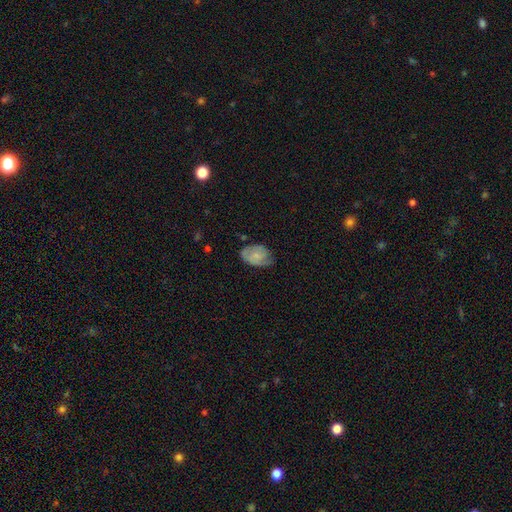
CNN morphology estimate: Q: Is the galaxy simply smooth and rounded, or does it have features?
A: smooth — 57%.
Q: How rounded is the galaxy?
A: in between — 83%.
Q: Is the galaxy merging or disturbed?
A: none — 53%.